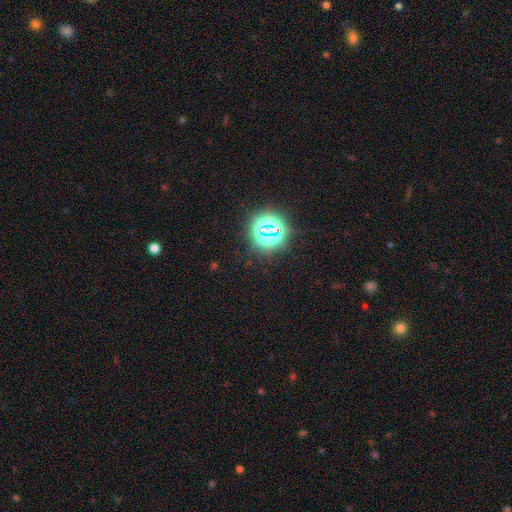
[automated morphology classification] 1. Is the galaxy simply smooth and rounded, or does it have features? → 78% star or artifact, 17% smooth, 5% featured or disk.